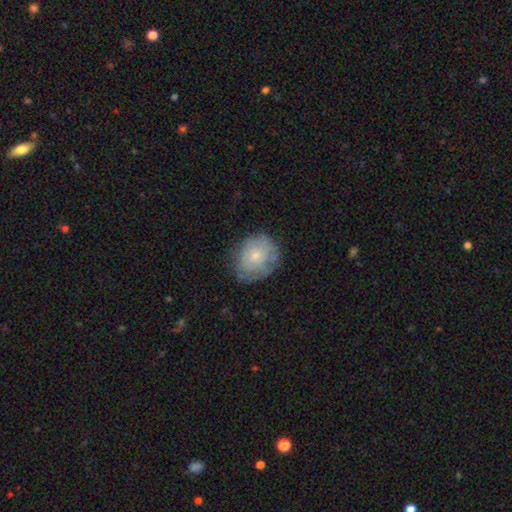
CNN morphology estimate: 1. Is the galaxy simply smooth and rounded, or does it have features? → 65% smooth, 27% featured or disk, 8% star or artifact.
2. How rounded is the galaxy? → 64% round, 35% in between, 1% cigar-shaped.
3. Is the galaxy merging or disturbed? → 67% none, 24% minor disturbance, 8% major disturbance, 1% merger.